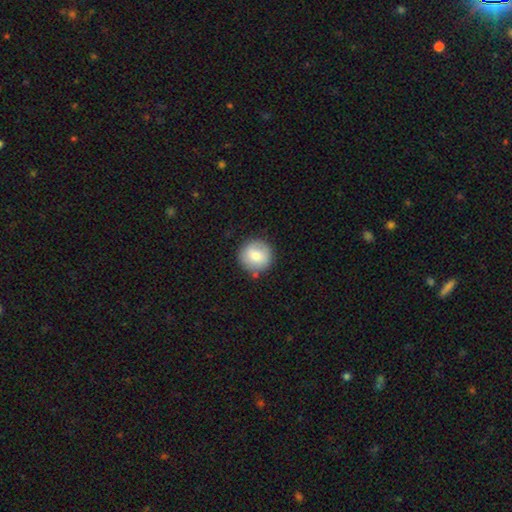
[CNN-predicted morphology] type=smooth (77%); roundness=round (94%); merging=none (84%).